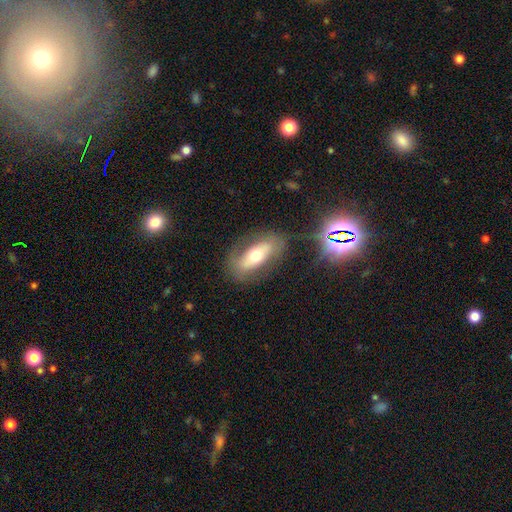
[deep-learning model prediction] Smooth or featured: smooth — 48% (featured or disk — 44%)
Merging: none — 73% (minor disturbance — 16%)